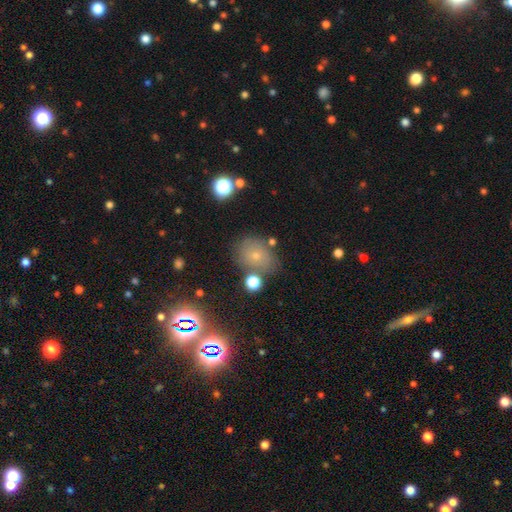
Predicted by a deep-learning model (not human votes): Overall: smooth (61%). How rounded: in between (50%; round 49%). Merging: none (70%).